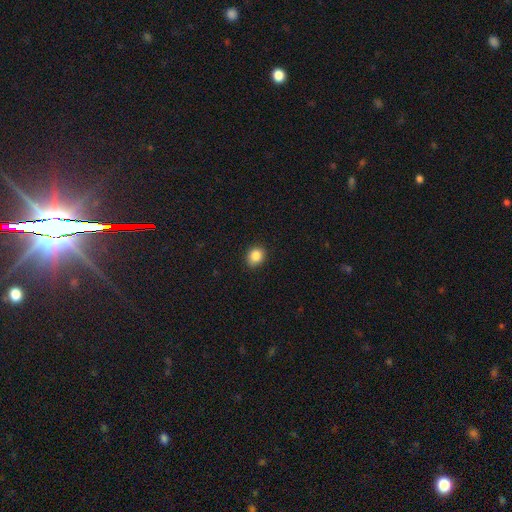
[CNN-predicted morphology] Q: Smooth or featured?
A: smooth (86%); runner-up: star or artifact (10%)
Q: How rounded?
A: round (63%); runner-up: in between (36%)
Q: Merging?
A: none (85%); runner-up: minor disturbance (12%)